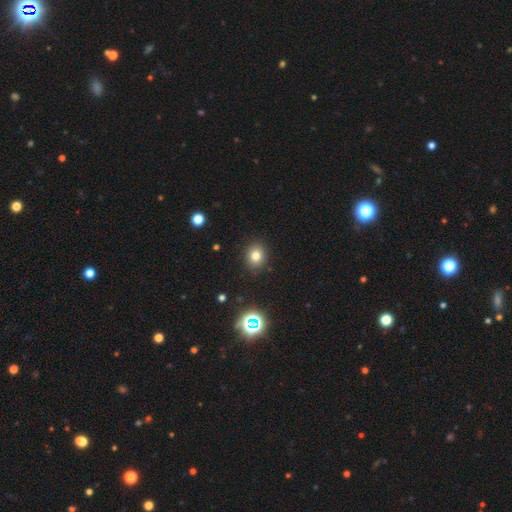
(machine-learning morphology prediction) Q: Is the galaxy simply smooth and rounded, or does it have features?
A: smooth — 77%.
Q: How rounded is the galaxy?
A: round — 67%.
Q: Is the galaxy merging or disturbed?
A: none — 89%.